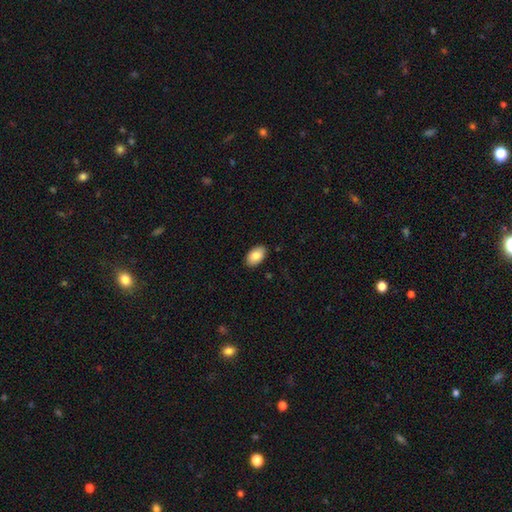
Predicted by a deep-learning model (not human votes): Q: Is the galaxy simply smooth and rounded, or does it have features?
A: smooth — 85%.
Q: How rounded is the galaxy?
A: in between — 93%.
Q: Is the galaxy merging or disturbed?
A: none — 89%.